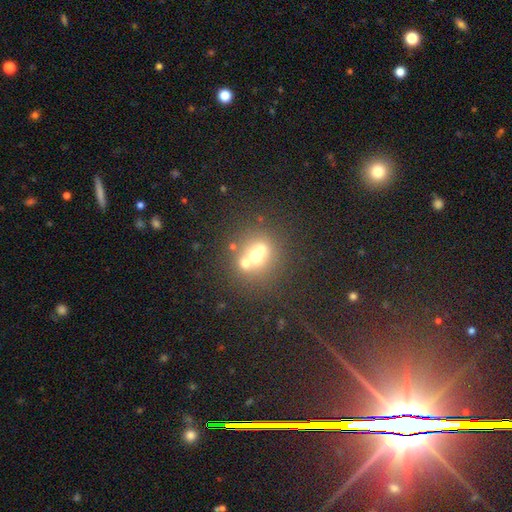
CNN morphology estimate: A smooth galaxy with no disk features (53%) that is round (80%). Merging: merger (52%).